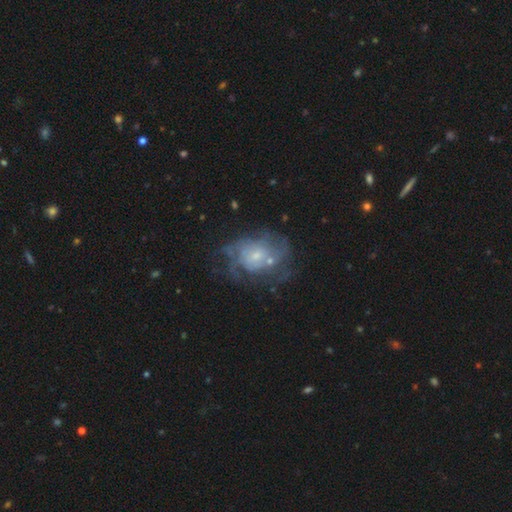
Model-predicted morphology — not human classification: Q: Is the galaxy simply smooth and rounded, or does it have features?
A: featured or disk — 69%.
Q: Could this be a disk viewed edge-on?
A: no — 97%.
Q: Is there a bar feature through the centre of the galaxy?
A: no — 76%.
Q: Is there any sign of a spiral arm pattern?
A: yes — 70%.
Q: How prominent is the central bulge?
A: small — 62%.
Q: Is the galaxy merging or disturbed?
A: none — 50%.